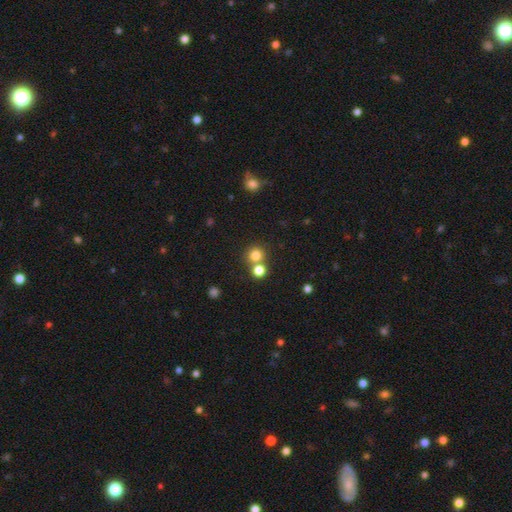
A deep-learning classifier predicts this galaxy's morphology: The model was most divided on "merging": none: 63%, merger: 28%, minor disturbance: 6%, major disturbance: 3%. More confident: how rounded — round (91%); smooth or featured — smooth (79%).